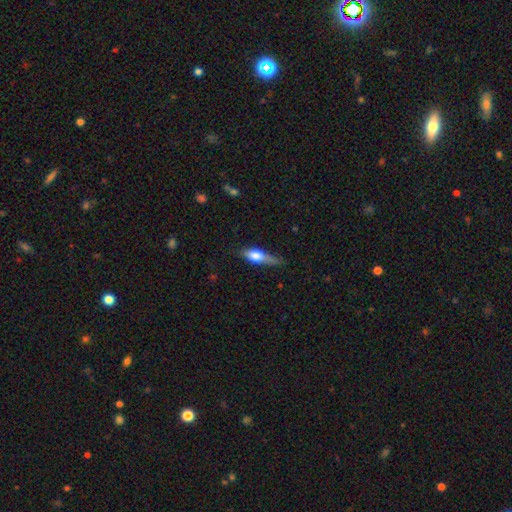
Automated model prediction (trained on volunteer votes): This is likely a smooth galaxy (62%). How rounded: possibly cigar-shaped (48%, tied with in between). Merging: marginally none (45%).